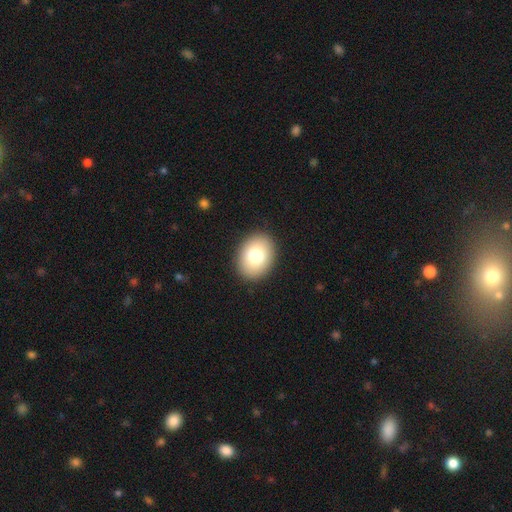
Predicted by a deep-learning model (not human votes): A smooth galaxy with no disk features (78%) that is in between round and cigar-shaped (67%). Merging: none (90%).